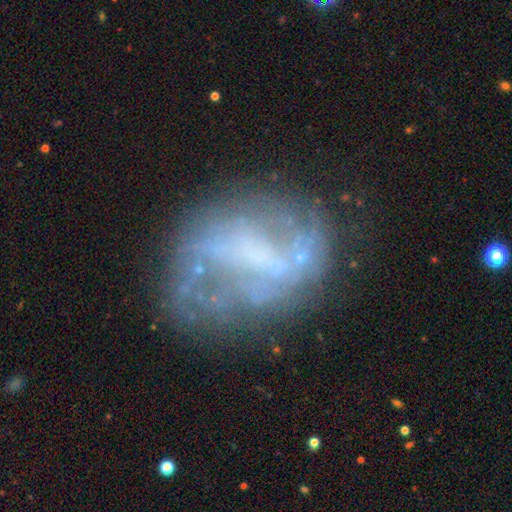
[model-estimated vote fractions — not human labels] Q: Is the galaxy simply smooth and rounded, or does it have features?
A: featured or disk — 66%.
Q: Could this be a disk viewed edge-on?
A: no — 97%.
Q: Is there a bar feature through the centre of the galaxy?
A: no — 51%.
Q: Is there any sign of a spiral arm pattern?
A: no — 64%.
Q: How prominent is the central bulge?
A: none — 64%.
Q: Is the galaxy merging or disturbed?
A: none — 54%.